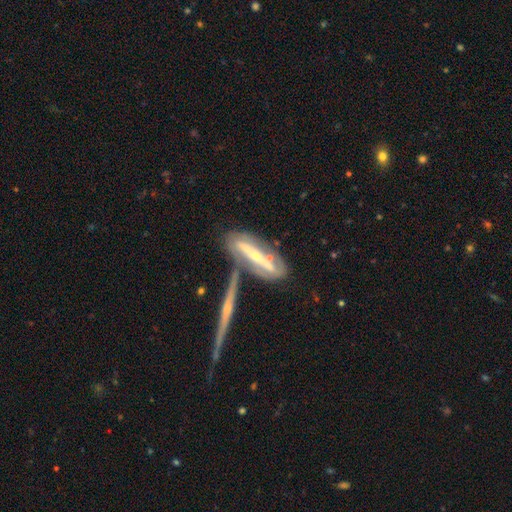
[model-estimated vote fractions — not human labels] Smooth or featured: featured or disk — 70% (smooth — 22%)
Edge-on disk: yes — 60% (no — 40%)
Merging: none — 44% (merger — 33%)